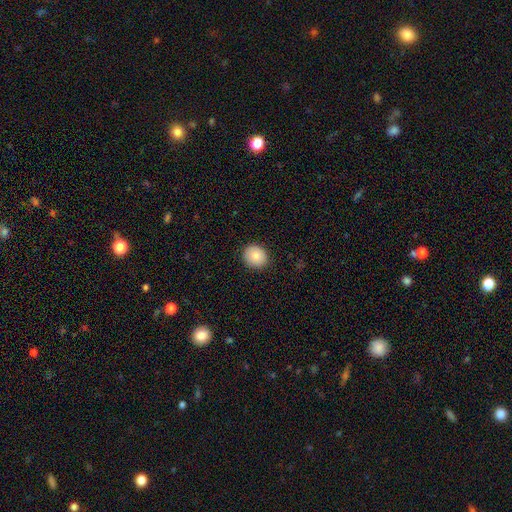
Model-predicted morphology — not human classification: Smooth or featured?
  - smooth: 83% *
  - featured or disk: 9%
  - star or artifact: 8%
How rounded?
  - round: 77% *
  - in between: 22%
  - cigar-shaped: 1%
Merging?
  - none: 90% *
  - minor disturbance: 8%
  - major disturbance: 2%
  - merger: 1%